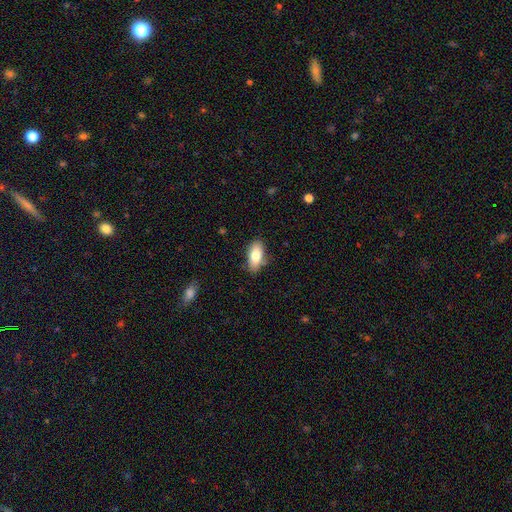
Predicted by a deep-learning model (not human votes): This appears to be a smooth galaxy with no disk features (80%) that is in between round and cigar-shaped (89%). Merging: none (81%).